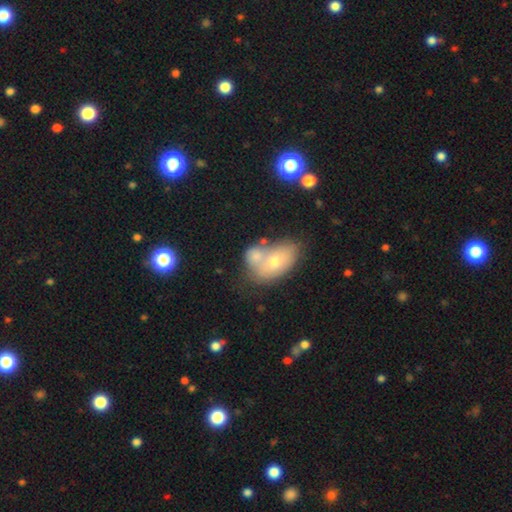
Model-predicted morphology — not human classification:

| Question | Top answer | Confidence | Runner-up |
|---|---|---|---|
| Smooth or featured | smooth | 63% | featured or disk (28%) |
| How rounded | in between | 76% | round (22%) |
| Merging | merger | 59% | none (21%) |